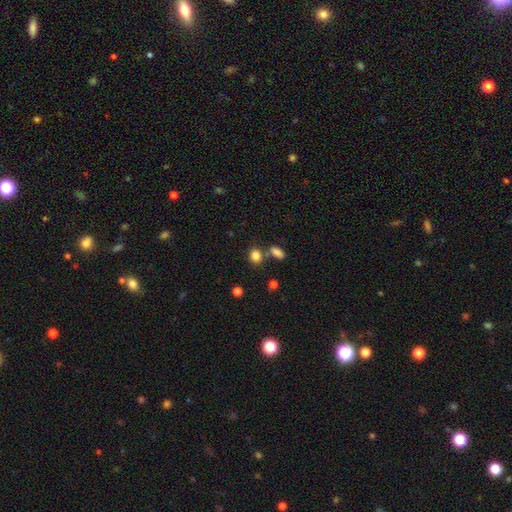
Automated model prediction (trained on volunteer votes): smooth-or-featured: smooth: 84% | star or artifact: 11% | featured or disk: 5%
  how-rounded: round: 54% | in between: 44% | cigar-shaped: 2%
  merging: none: 62% | merger: 23% | minor disturbance: 11% | major disturbance: 4%